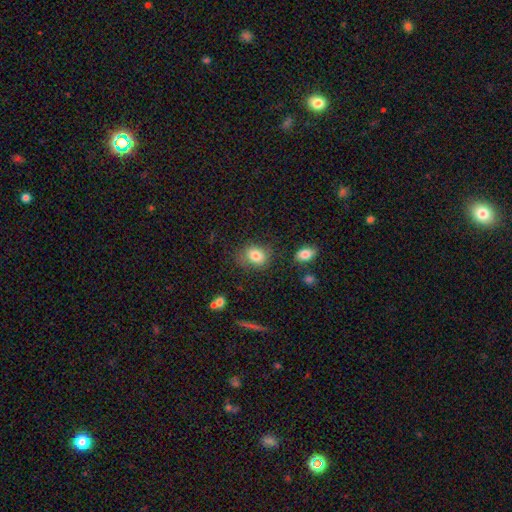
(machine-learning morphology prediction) Smooth or featured: smooth — 82% (star or artifact — 10%)
How rounded: in between — 55% (round — 44%)
Merging: none — 71% (minor disturbance — 19%)